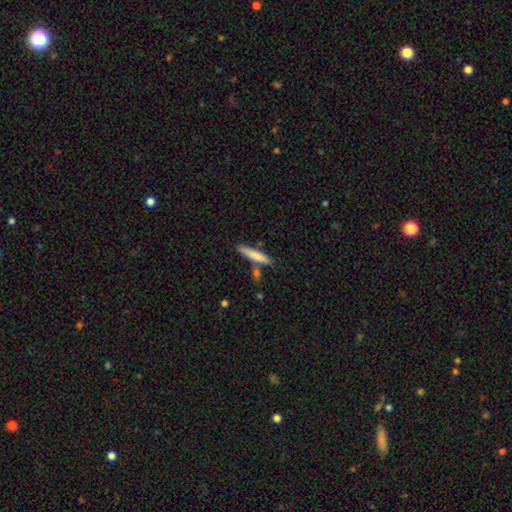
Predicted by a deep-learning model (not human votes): smooth-or-featured: smooth: 76% | featured or disk: 18% | star or artifact: 6%
  how-rounded: cigar-shaped: 89% | in between: 10% | round: 1%
  merging: none: 76% | minor disturbance: 13% | merger: 9% | major disturbance: 3%